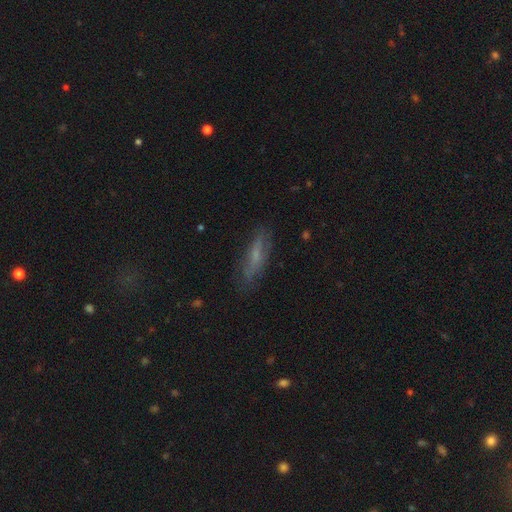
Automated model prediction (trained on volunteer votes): smooth_or_featured: smooth (p=0.49) [alt: featured or disk p=0.41]
merging: none (p=0.75) [alt: minor disturbance p=0.18]